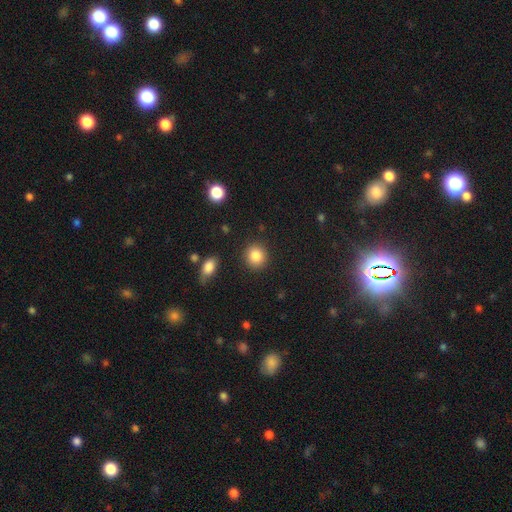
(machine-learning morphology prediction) A smooth galaxy with no disk features (86%) that is round (85%).

Vote fractions:
- Smooth or featured? smooth: 86% / star or artifact: 9% / featured or disk: 5%
- How rounded? round: 85% / in between: 14% / cigar-shaped: 1%
- Merging? none: 89% / minor disturbance: 7% / major disturbance: 2% / merger: 2%